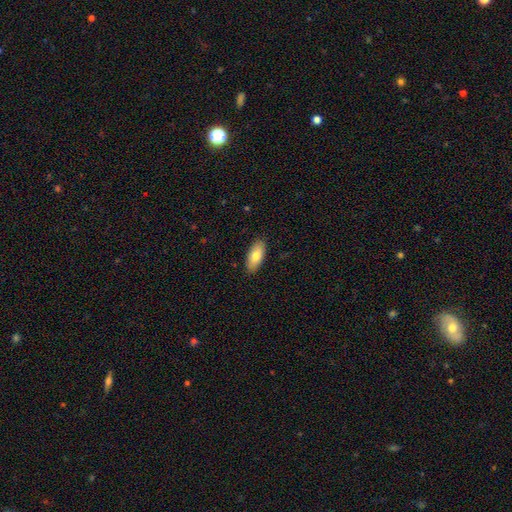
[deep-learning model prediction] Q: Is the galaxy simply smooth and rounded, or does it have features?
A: smooth — 79%.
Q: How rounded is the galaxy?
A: in between — 87%.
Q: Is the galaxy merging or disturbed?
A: none — 88%.